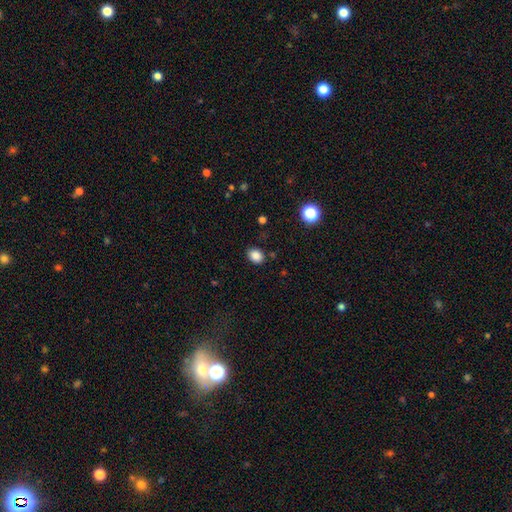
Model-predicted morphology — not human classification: Smooth or featured?
  - smooth: 86% *
  - star or artifact: 11%
  - featured or disk: 4%
How rounded?
  - in between: 58% *
  - round: 41%
  - cigar-shaped: 1%
Merging?
  - none: 85% *
  - minor disturbance: 10%
  - major disturbance: 3%
  - merger: 2%